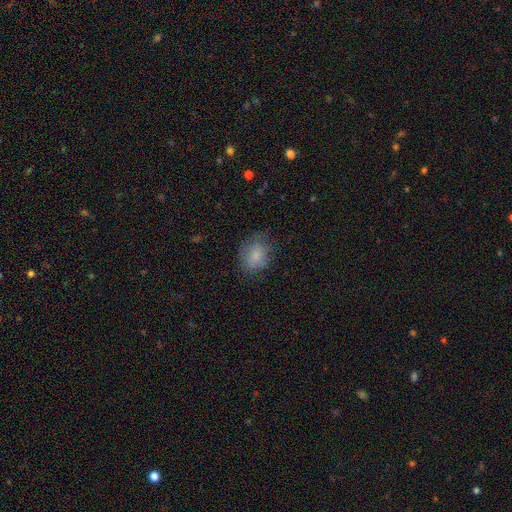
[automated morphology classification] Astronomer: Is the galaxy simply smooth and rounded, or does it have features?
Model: smooth — 79%.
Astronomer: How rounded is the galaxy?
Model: round — 51% (runner-up: in between, 48%).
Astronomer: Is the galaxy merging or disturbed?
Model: none — 68%.